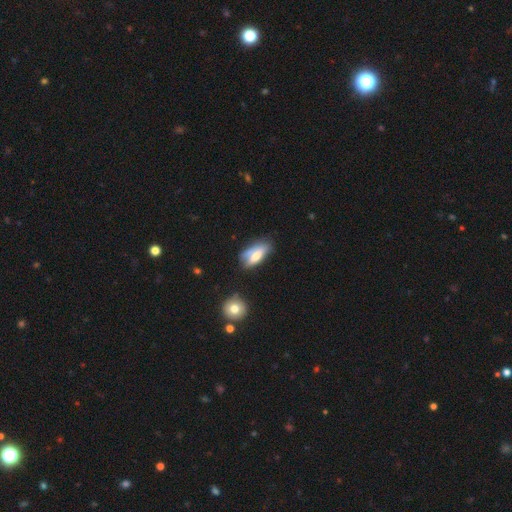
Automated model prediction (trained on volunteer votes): This appears to be a smooth galaxy with no disk features (60%) that is in between round and cigar-shaped (78%). Merging: none (51%).